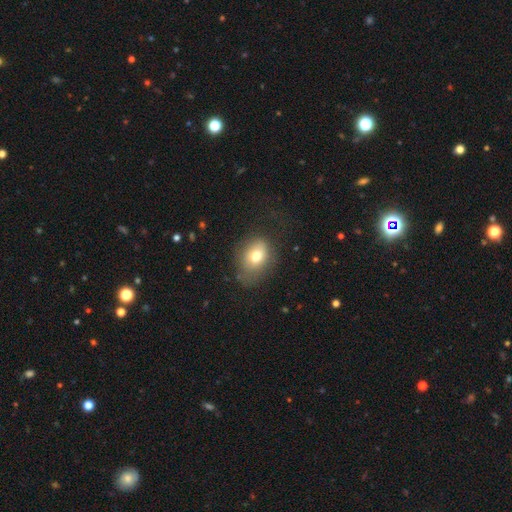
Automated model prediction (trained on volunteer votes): Smooth or featured? smooth (73%)
How rounded? in between (67%)
Merging? none (59%)